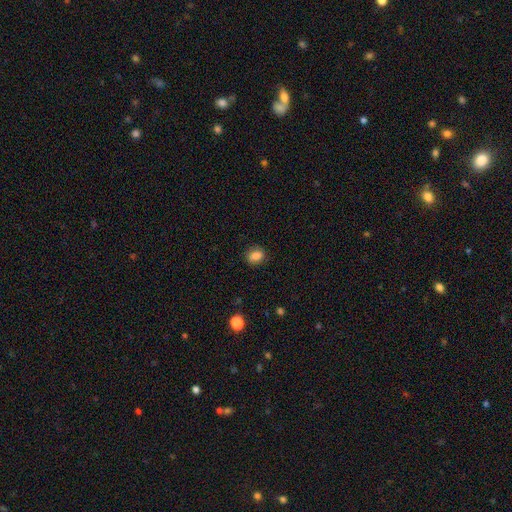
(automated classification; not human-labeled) Q: Smooth or featured?
A: smooth (84%); runner-up: star or artifact (10%)
Q: How rounded?
A: in between (62%); runner-up: round (37%)
Q: Merging?
A: none (83%); runner-up: minor disturbance (13%)